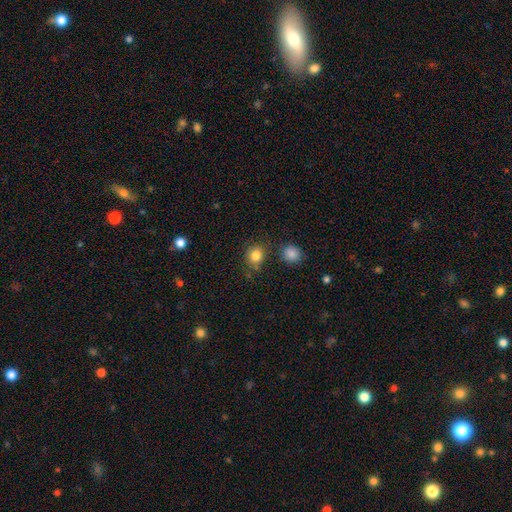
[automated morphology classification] smooth 83%, star or artifact 11%, featured or disk 6%. Down the decision tree: how rounded — round (75%); merging — none (76%).